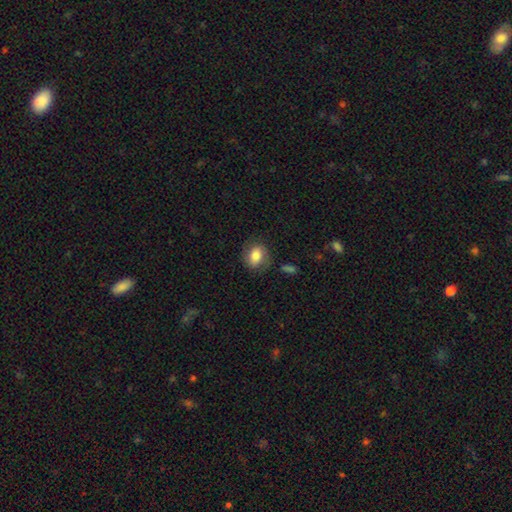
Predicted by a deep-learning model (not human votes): This is likely a smooth galaxy (71%). How rounded: possibly in between (58%). Merging: likely none (72%).